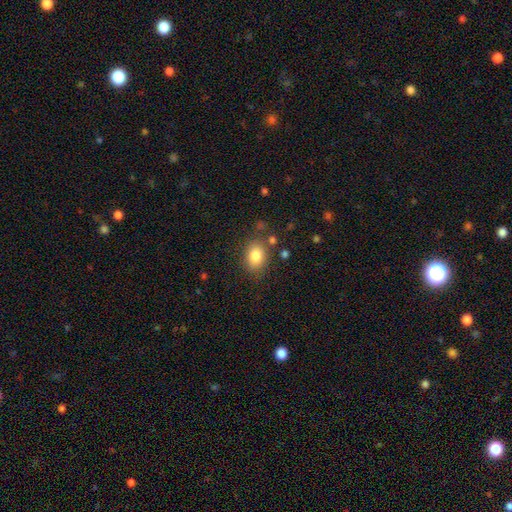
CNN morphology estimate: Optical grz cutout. It shows a smooth galaxy with no disk features (83%) that is in between round and cigar-shaped (71%). Merging: none (77%).